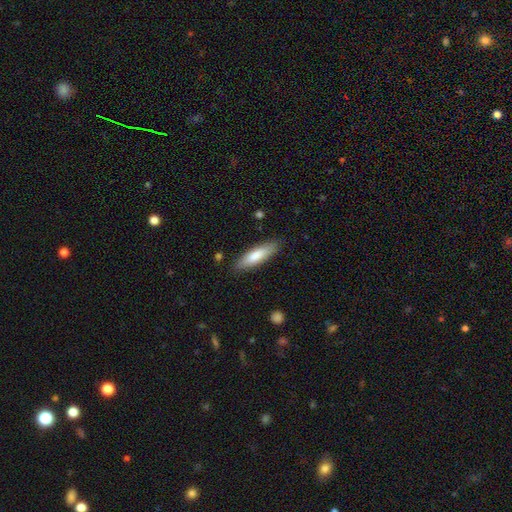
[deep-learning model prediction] smooth_or_featured: smooth (p=0.78) [alt: featured or disk p=0.17]
how_rounded: cigar-shaped (p=0.62) [alt: in between p=0.36]
merging: none (p=0.86) [alt: minor disturbance p=0.11]